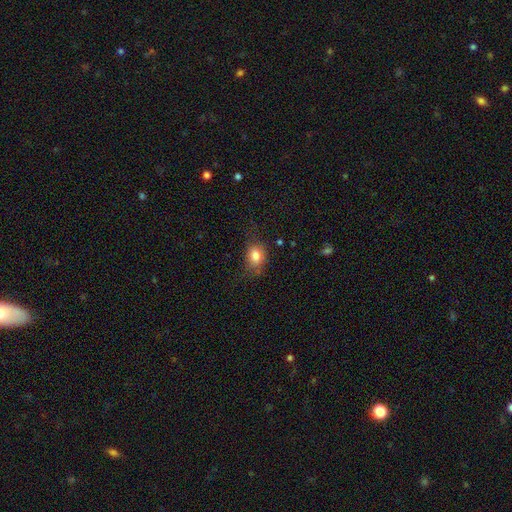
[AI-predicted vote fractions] Smooth or featured? Predicted: smooth (p=0.81). How rounded? Predicted: in between (p=0.58). Merging? Predicted: none (p=0.67).